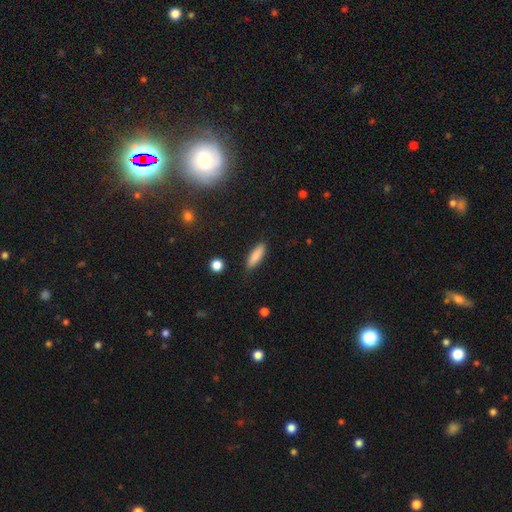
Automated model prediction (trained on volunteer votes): Smooth or featured? Predicted: smooth (p=0.85). How rounded? Predicted: cigar-shaped (p=0.54). Merging? Predicted: none (p=0.85).